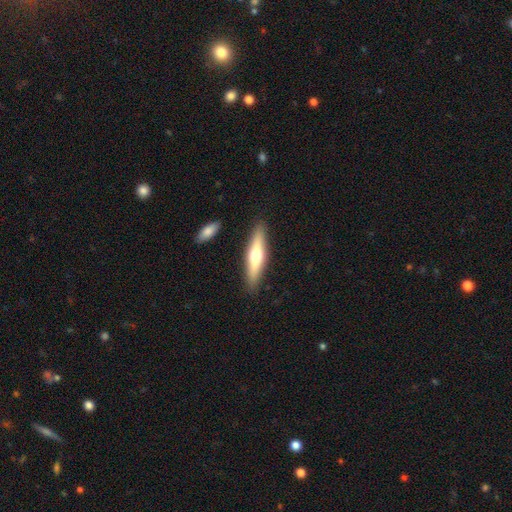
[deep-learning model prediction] The model was most divided on "smooth or featured": smooth: 51%, featured or disk: 43%, star or artifact: 6%. More confident: merging — none (88%); how rounded — cigar-shaped (78%).